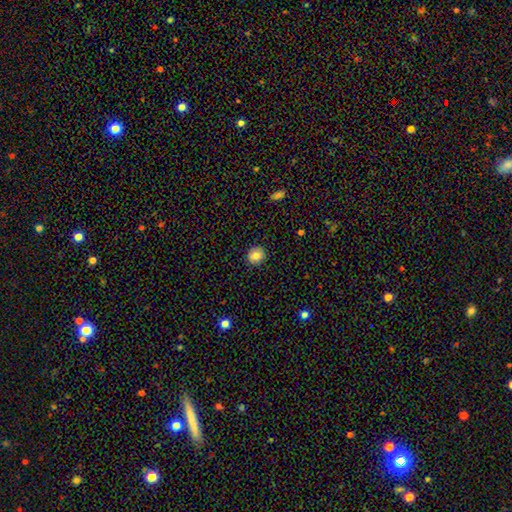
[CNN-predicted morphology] type=smooth (81%); roundness=round (83%); merging=none (89%).